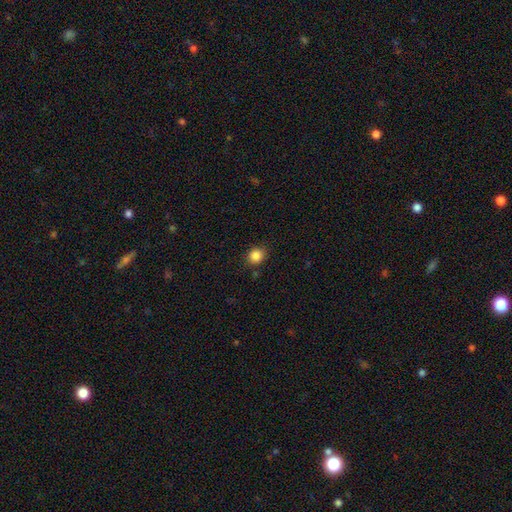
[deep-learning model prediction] Overall: smooth (85%). How rounded: round (83%). Merging: none (86%).